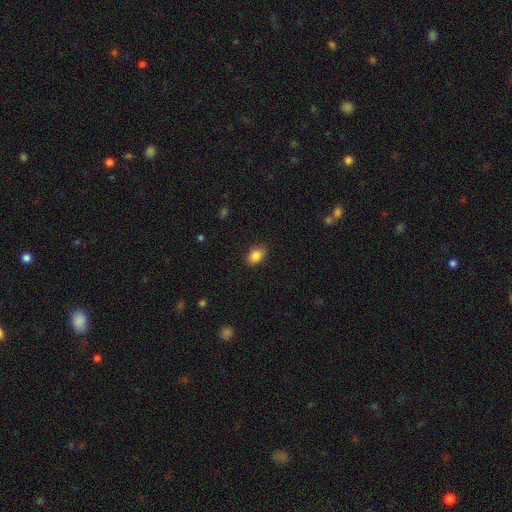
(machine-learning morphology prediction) Smooth or featured? smooth (86%)
How rounded? in between (75%)
Merging? none (87%)